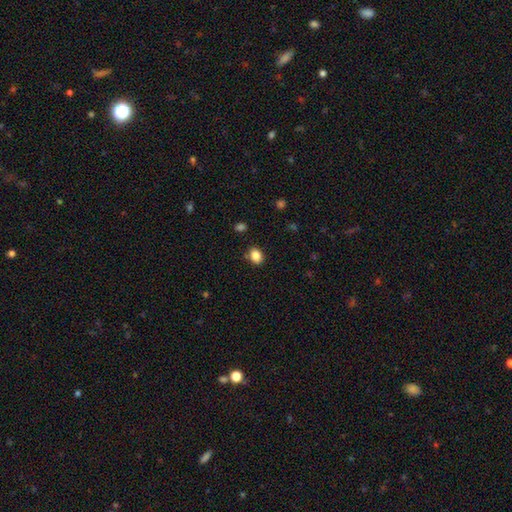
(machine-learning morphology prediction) Overall: smooth (86%). How rounded: in between (66%; round 33%). Merging: none (82%).